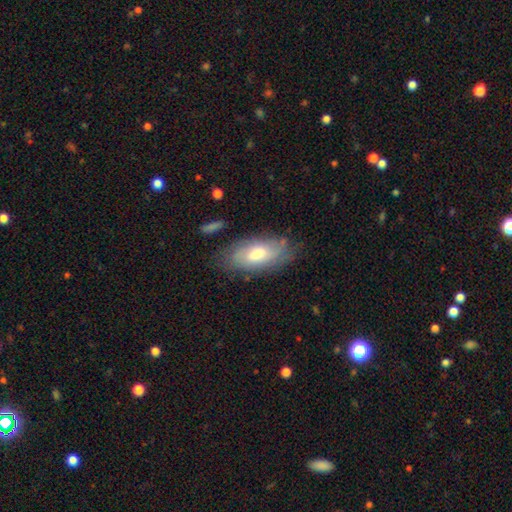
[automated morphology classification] Smooth or featured? Predicted: smooth (p=0.51). How rounded? Predicted: in between (p=0.85). Merging? Predicted: none (p=0.79).